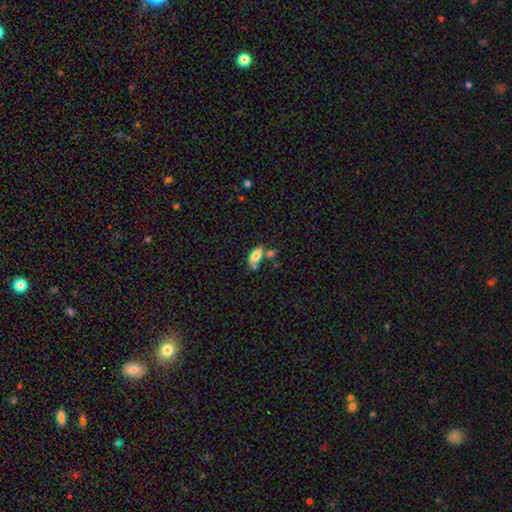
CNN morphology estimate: A smooth galaxy with no disk features (73%) that is in between round and cigar-shaped (85%).

Vote fractions:
- Smooth or featured? smooth: 73% / featured or disk: 19% / star or artifact: 8%
- How rounded? in between: 85% / cigar-shaped: 11% / round: 4%
- Merging? none: 48% / merger: 26% / minor disturbance: 19% / major disturbance: 7%